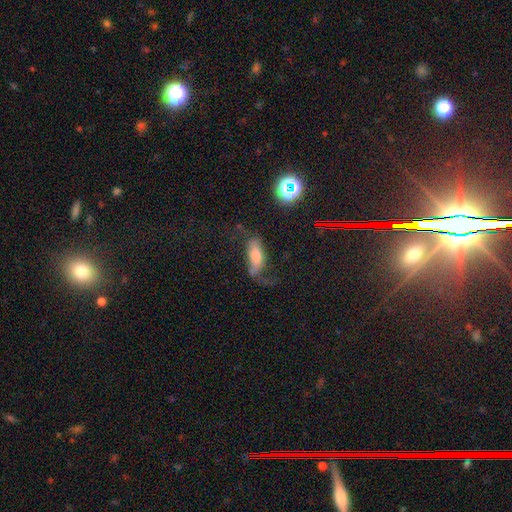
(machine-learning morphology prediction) A smooth galaxy with no disk features (52%) that is in between round and cigar-shaped (60%).

Vote fractions:
- Smooth or featured? smooth: 52% / featured or disk: 33% / star or artifact: 15%
- How rounded? in between: 60% / cigar-shaped: 35% / round: 4%
- Merging? none: 43% / major disturbance: 27% / minor disturbance: 26% / merger: 4%